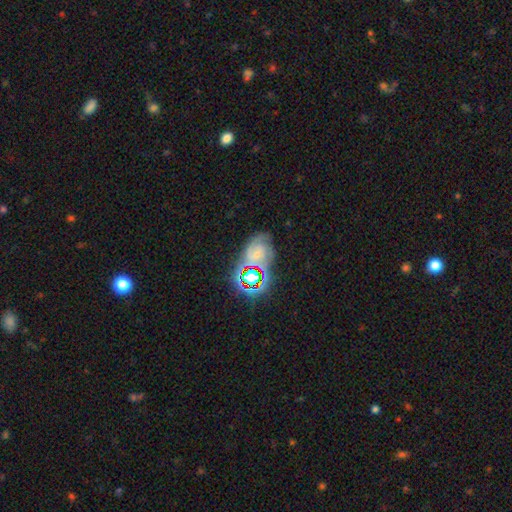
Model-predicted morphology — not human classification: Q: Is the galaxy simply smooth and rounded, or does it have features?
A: featured or disk — 45%.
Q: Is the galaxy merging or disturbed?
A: none — 63%.